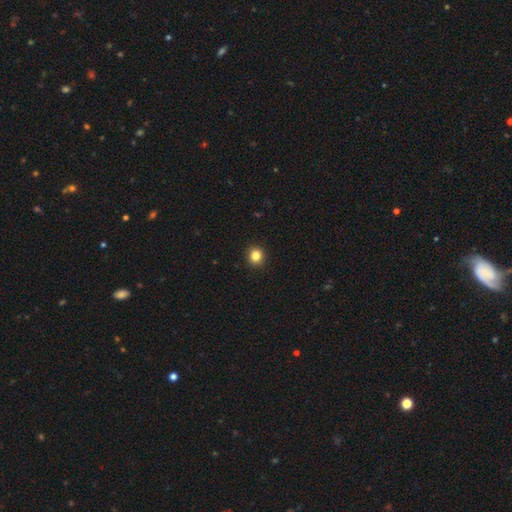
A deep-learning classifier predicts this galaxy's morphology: smooth 84%, star or artifact 11%, featured or disk 5%. Down the decision tree: how rounded — round (88%); merging — none (93%).